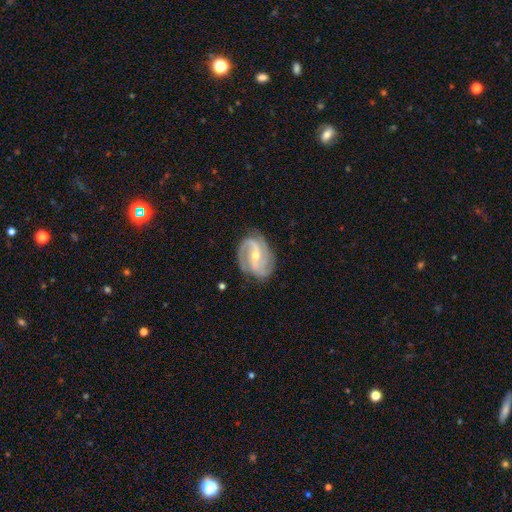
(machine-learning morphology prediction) type=featured or disk (90%); edge-on=no (98%); bar=weak (46%); spiral arms=yes (98%); winding=medium (49%); arm count=2 (49%); bulge=small (54%); merging=none (74%).